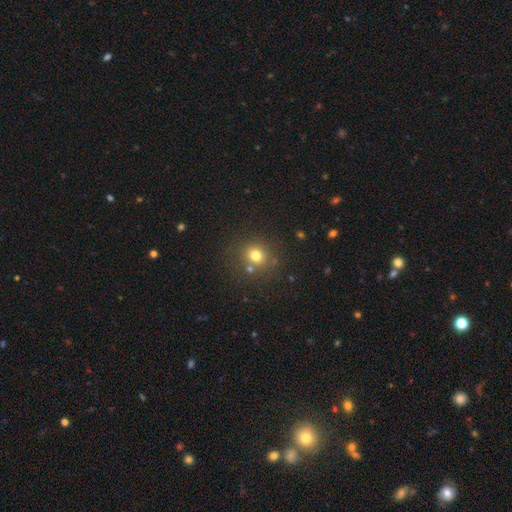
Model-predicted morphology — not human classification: Overall: smooth (75%). How rounded: round (84%). Merging: none (75%).